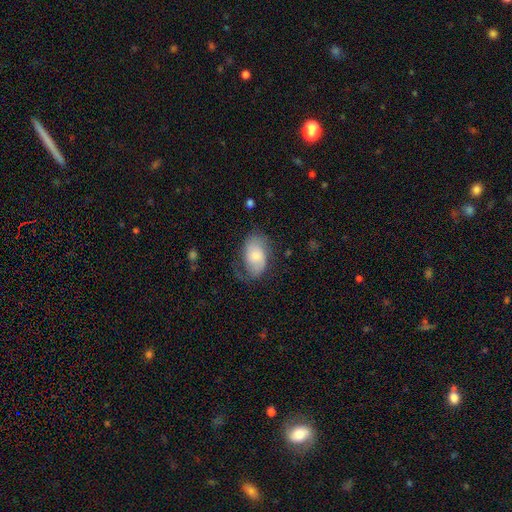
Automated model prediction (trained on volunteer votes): Smooth or featured? smooth (49%)
Merging? none (52%)